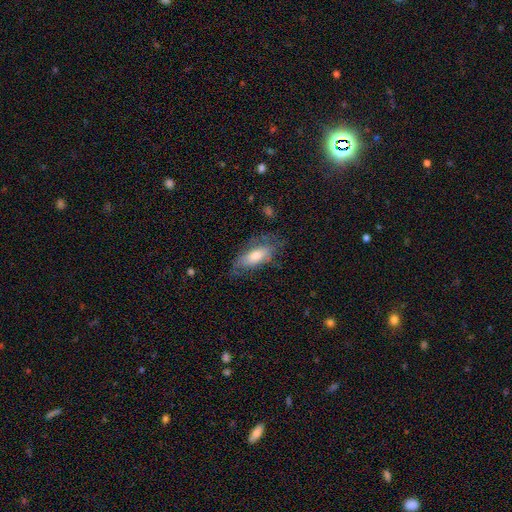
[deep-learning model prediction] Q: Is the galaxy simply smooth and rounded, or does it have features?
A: smooth — 61%.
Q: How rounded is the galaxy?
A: in between — 76%.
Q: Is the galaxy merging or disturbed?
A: none — 60%.